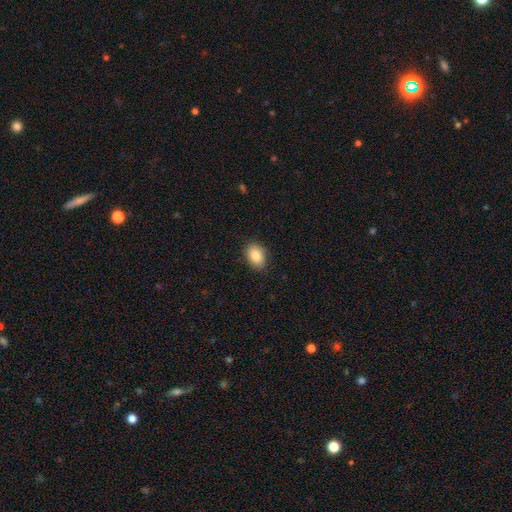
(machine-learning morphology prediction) Smooth or featured? smooth (84%)
How rounded? in between (80%)
Merging? none (87%)